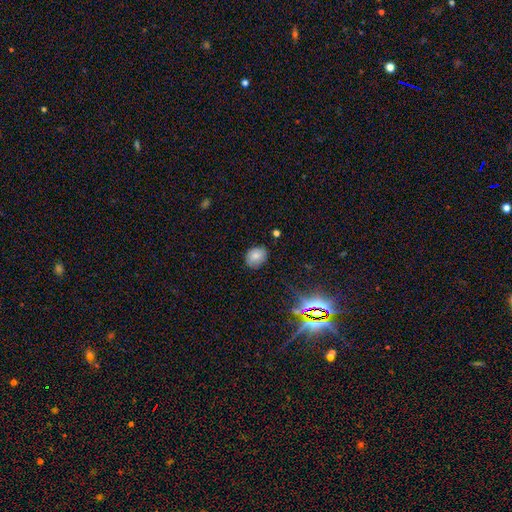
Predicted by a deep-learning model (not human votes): Smooth or featured: smooth — 78% (star or artifact — 12%)
How rounded: in between — 59% (round — 40%)
Merging: none — 80% (minor disturbance — 16%)